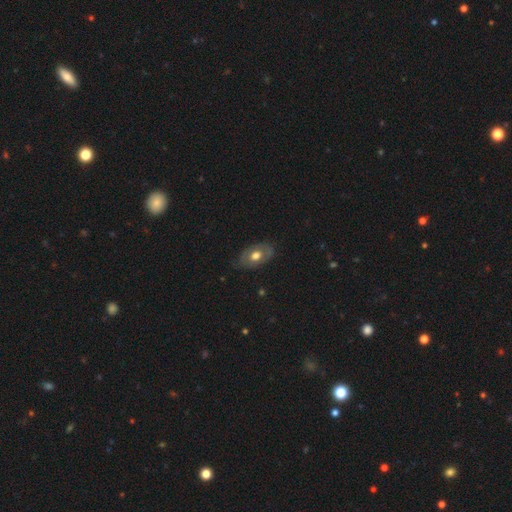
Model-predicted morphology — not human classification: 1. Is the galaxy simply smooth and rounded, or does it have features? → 55% smooth, 38% featured or disk, 6% star or artifact.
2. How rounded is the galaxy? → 86% in between, 13% round, 2% cigar-shaped.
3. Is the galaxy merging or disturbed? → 74% none, 20% minor disturbance, 5% major disturbance, 1% merger.